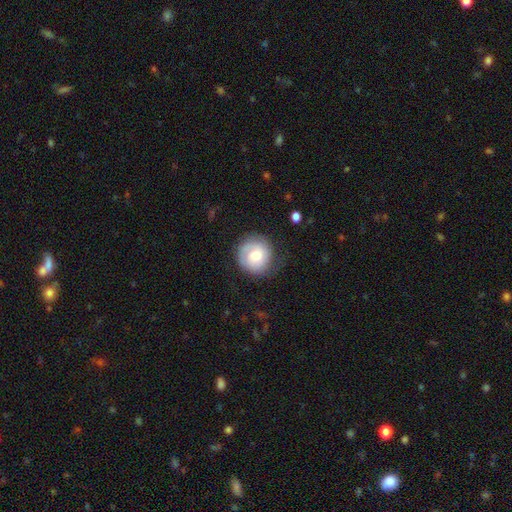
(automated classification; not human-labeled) Smooth or featured? smooth (49%)
Merging? none (69%)